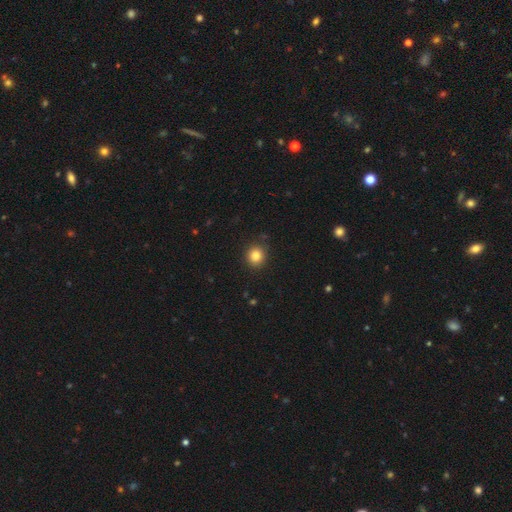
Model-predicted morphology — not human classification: type=smooth (83%); roundness=round (86%); merging=none (88%).